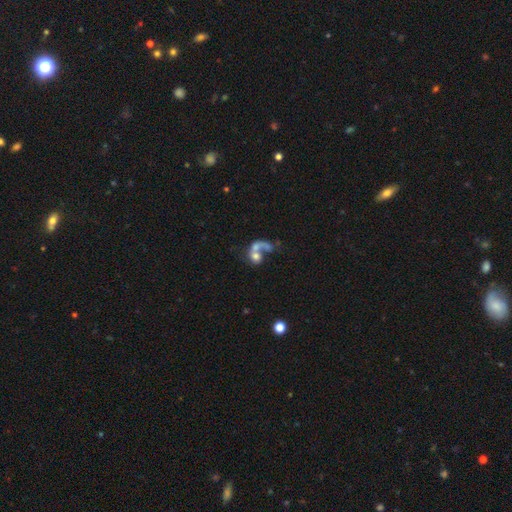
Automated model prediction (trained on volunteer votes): This appears to be a featured or disk galaxy (46%). Merging: merger (63%).